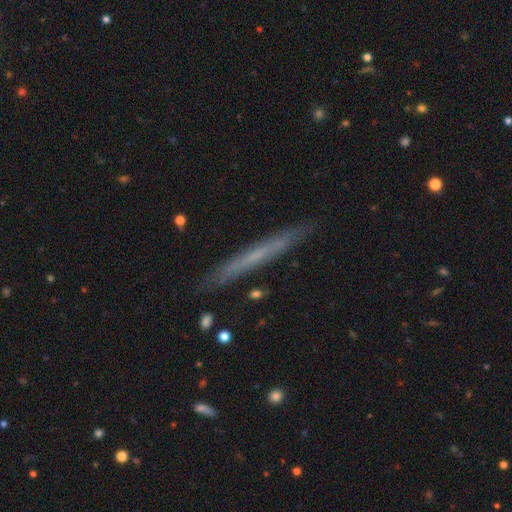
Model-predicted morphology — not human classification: This appears to be a featured or disk galaxy (52%) viewed edge-on (95%). Merging: none (88%).